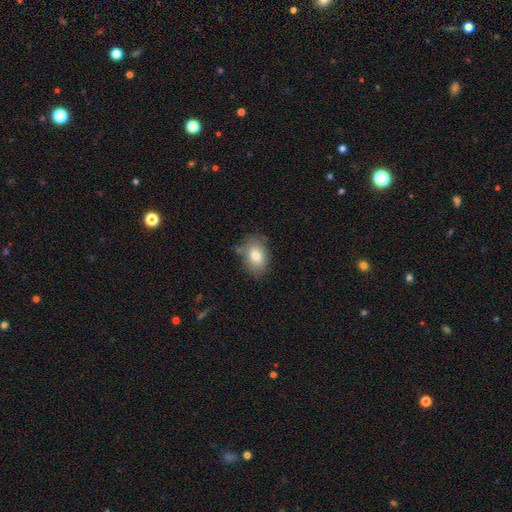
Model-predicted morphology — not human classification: Smooth or featured: smooth — 80% (featured or disk — 12%)
How rounded: in between — 80% (round — 19%)
Merging: none — 73% (minor disturbance — 19%)